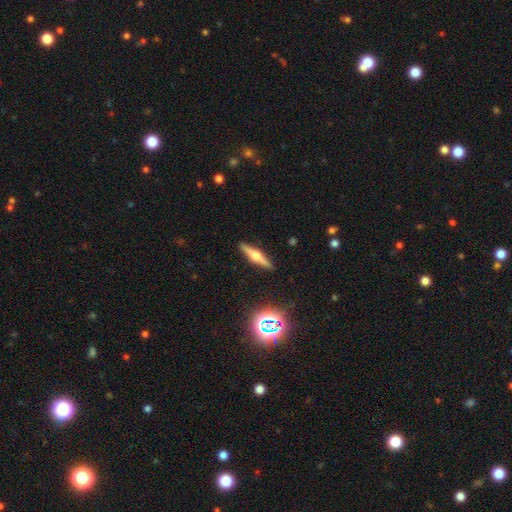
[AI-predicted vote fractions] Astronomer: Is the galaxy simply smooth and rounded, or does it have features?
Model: featured or disk — 60%.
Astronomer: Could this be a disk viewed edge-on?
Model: yes — 97%.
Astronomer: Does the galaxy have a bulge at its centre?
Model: rounded — 84%.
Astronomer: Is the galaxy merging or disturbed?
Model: none — 91%.